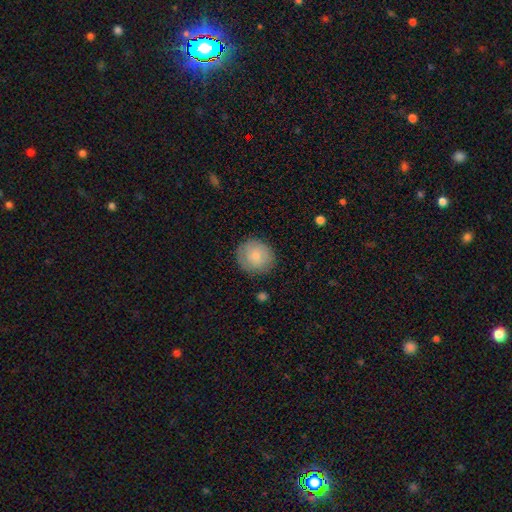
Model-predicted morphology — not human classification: type=smooth (79%); roundness=round (87%); merging=none (84%).